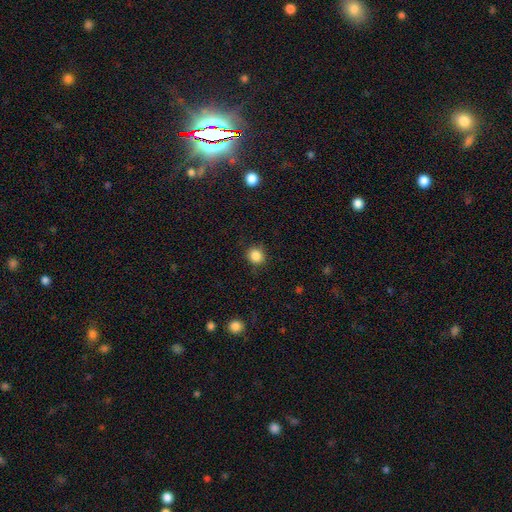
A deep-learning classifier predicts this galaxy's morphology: This is clearly a smooth galaxy (86%). How rounded: clearly round (89%). Merging: clearly none (88%).